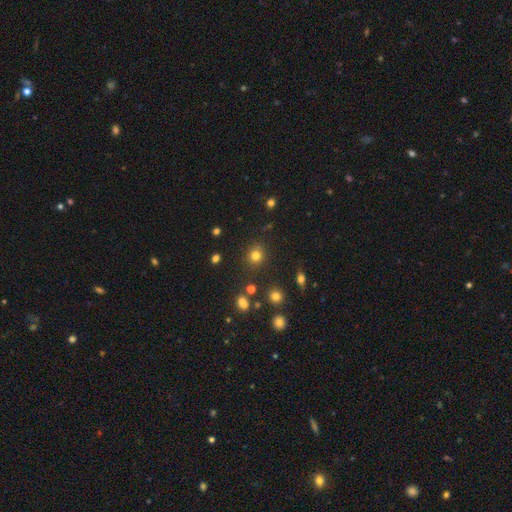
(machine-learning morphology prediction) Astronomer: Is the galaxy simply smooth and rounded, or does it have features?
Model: smooth — 77%.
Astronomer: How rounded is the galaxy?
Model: round — 87%.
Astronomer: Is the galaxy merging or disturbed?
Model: none — 85%.